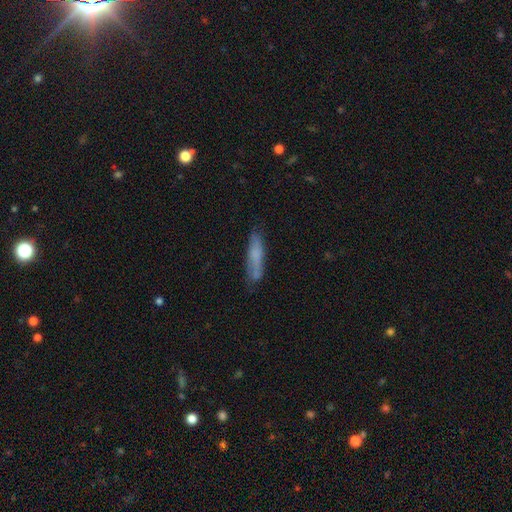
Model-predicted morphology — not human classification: smooth-or-featured: smooth: 65% | featured or disk: 27% | star or artifact: 8%
  how-rounded: cigar-shaped: 83% | in between: 15% | round: 2%
  merging: none: 68% | minor disturbance: 22% | major disturbance: 6% | merger: 4%